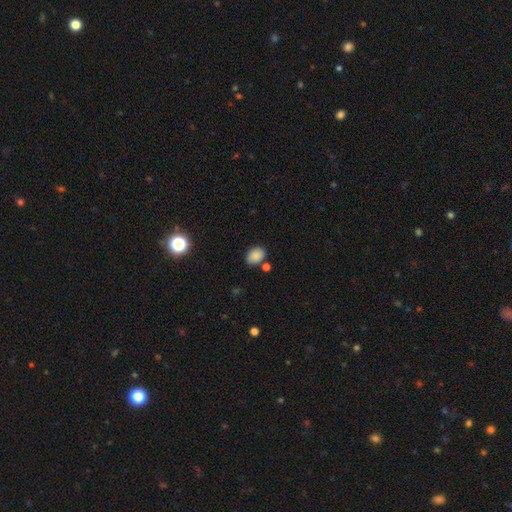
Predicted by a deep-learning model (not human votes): This is clearly a smooth galaxy (85%). How rounded: likely in between (71%). Merging: likely none (75%).